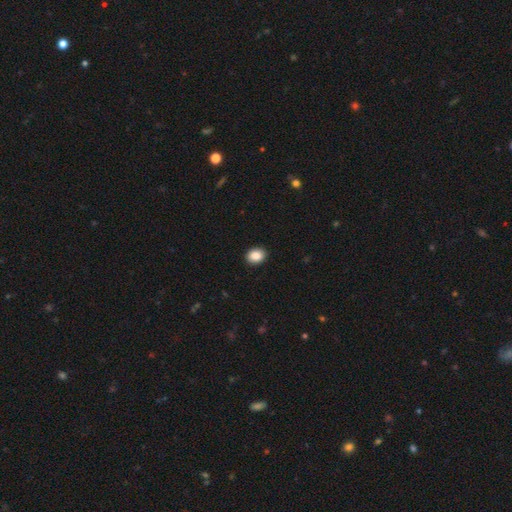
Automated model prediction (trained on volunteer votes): Smooth or featured?
  - smooth: 89% *
  - star or artifact: 8%
  - featured or disk: 4%
How rounded?
  - in between: 62% *
  - round: 37%
  - cigar-shaped: 1%
Merging?
  - none: 92% *
  - minor disturbance: 6%
  - major disturbance: 2%
  - merger: 1%